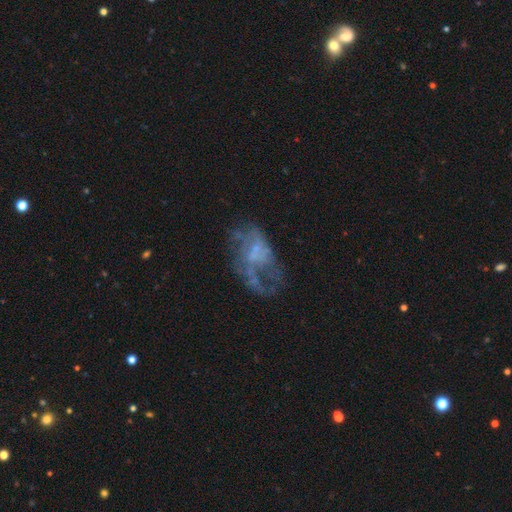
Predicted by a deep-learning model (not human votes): The model was most divided on "merging" (2-way tie): major disturbance: 38%, none: 38%, minor disturbance: 19%, merger: 6%. Remaining: edge-on disk — no (97%); bar — no (74%); smooth or featured — featured or disk (63%); spiral arms — no (58%); bulge size — none (49%).